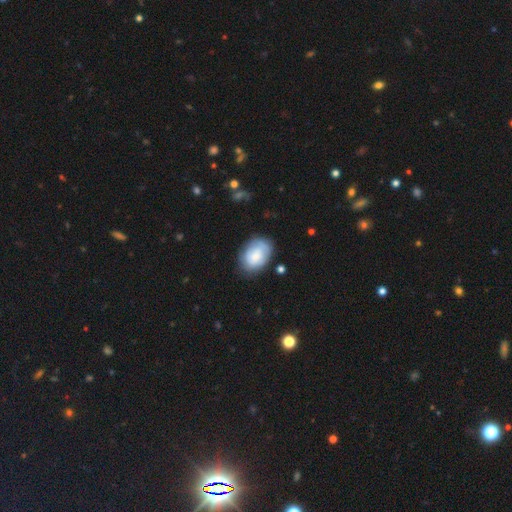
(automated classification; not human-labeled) Smooth or featured: smooth — 68% (featured or disk — 25%)
How rounded: in between — 79% (round — 20%)
Merging: none — 69% (minor disturbance — 22%)